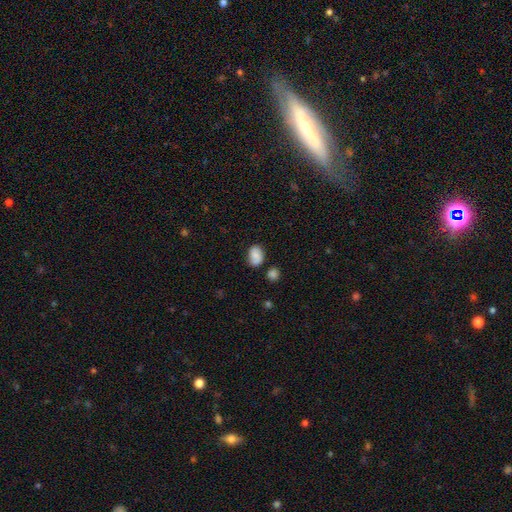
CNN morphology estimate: Smooth or featured: smooth — 79% (featured or disk — 12%)
How rounded: in between — 79% (round — 20%)
Merging: none — 70% (minor disturbance — 19%)